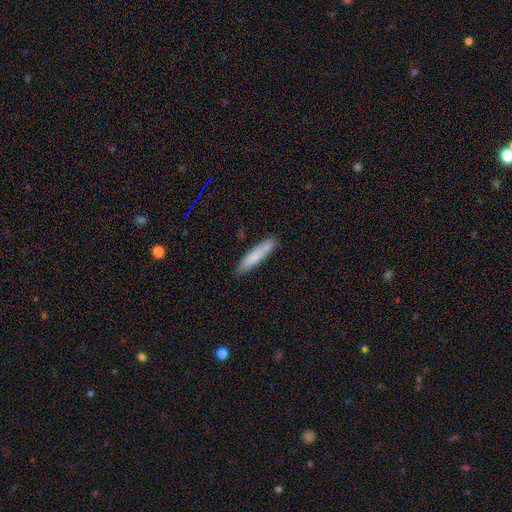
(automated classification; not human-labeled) Smooth or featured? smooth (76%)
How rounded? cigar-shaped (84%)
Merging? none (79%)